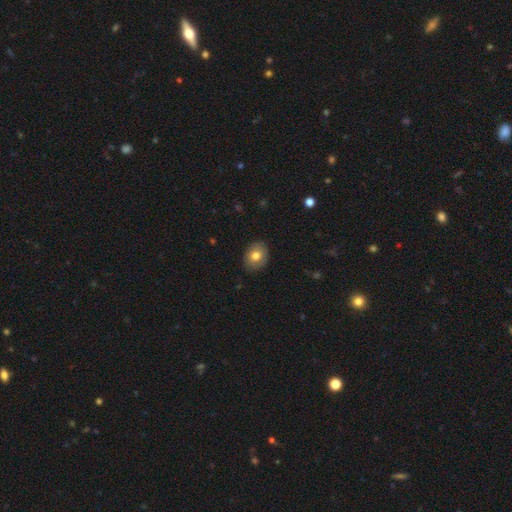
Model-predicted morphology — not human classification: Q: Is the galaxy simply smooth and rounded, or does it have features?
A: smooth — 73%.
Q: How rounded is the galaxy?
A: in between — 57%.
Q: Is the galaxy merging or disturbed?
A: none — 86%.